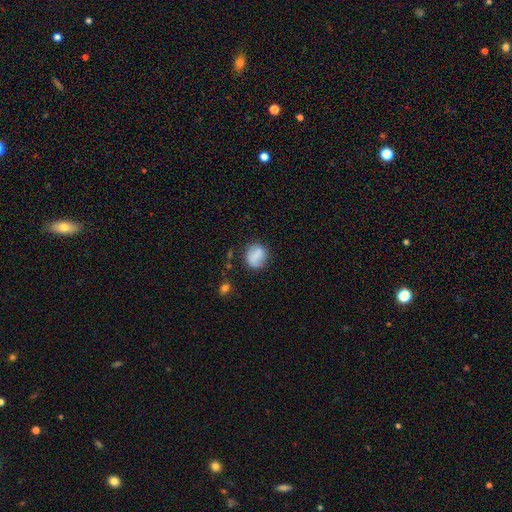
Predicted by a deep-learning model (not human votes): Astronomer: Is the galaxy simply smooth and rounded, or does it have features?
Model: smooth — 74%.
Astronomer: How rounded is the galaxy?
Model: round — 71%.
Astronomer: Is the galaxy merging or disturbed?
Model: none — 68%.